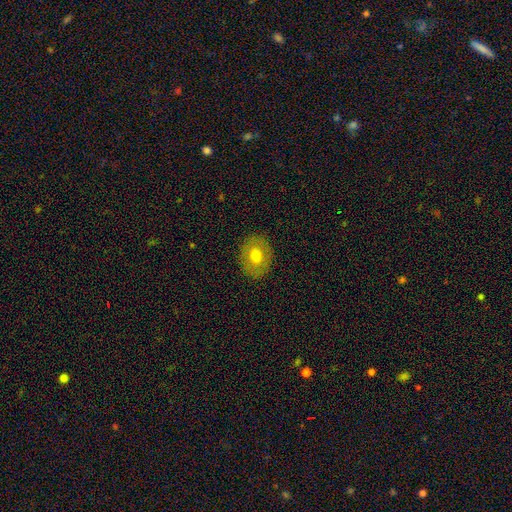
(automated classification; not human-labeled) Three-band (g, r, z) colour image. It shows a smooth galaxy with no disk features (68%) that is round (50%). Merging: none (87%).